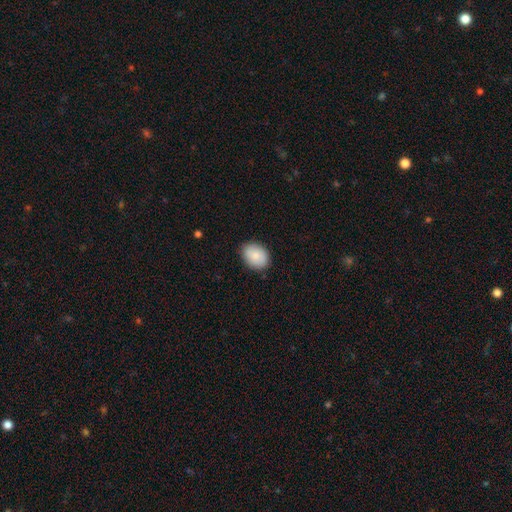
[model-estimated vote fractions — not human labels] Q: Smooth or featured?
A: smooth (87%); runner-up: featured or disk (7%)
Q: How rounded?
A: in between (65%); runner-up: round (34%)
Q: Merging?
A: none (86%); runner-up: minor disturbance (11%)